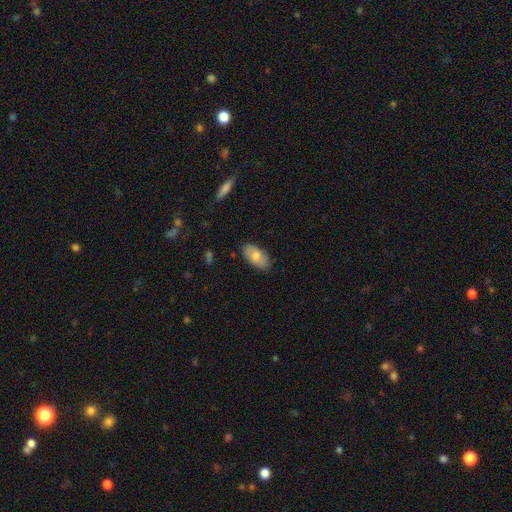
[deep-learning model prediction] Smooth or featured? smooth (72%)
How rounded? in between (94%)
Merging? none (84%)